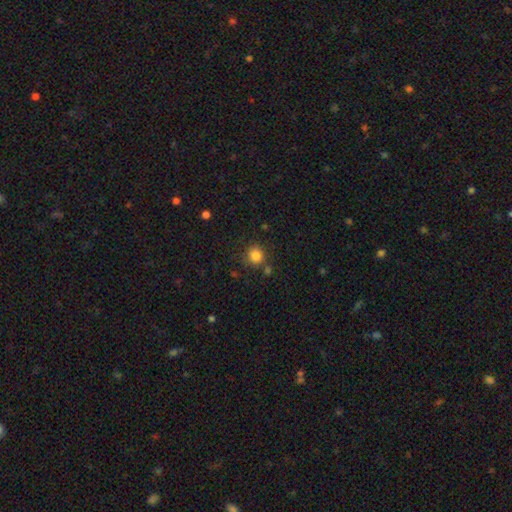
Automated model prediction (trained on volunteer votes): Q: Smooth or featured?
A: smooth (84%); runner-up: star or artifact (12%)
Q: How rounded?
A: round (88%); runner-up: in between (11%)
Q: Merging?
A: none (78%); runner-up: minor disturbance (11%)